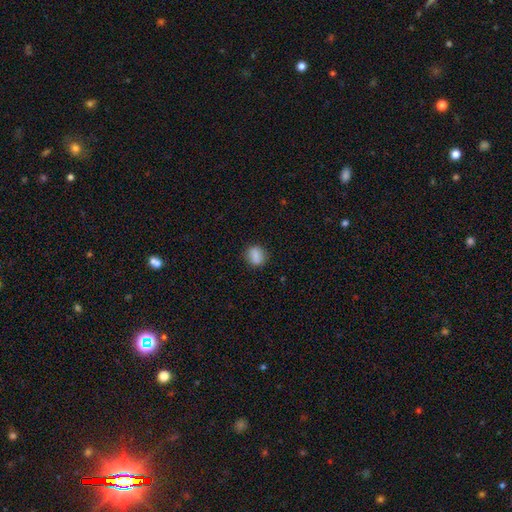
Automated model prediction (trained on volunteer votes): A smooth galaxy with no disk features (86%) that is round (59%). Merging: none (84%).